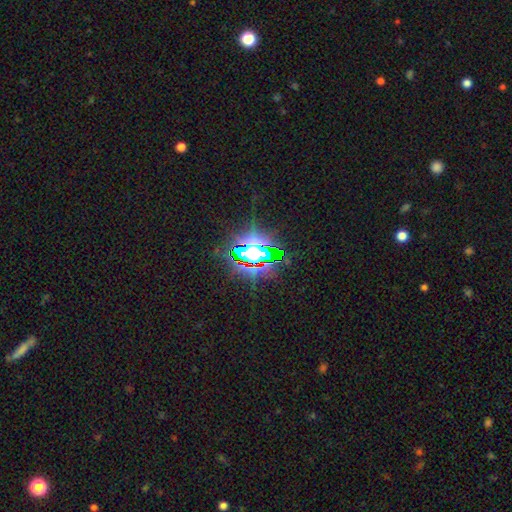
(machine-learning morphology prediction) A star or artifact, not a galaxy (72%).

Vote fractions:
- Smooth or featured? star or artifact: 72% / smooth: 15% / featured or disk: 13%